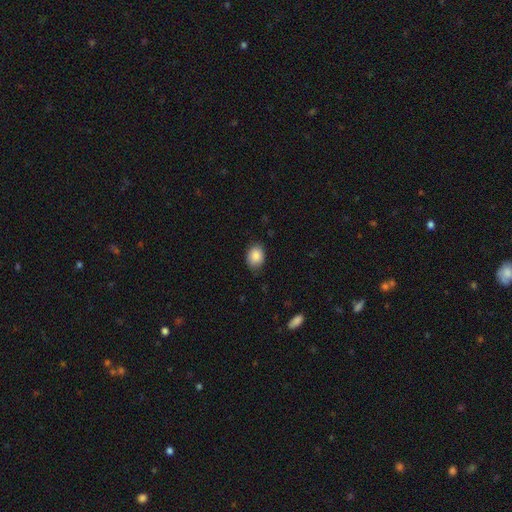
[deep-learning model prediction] This is clearly a smooth galaxy (87%). How rounded: likely in between (63%). Merging: likely none (79%).